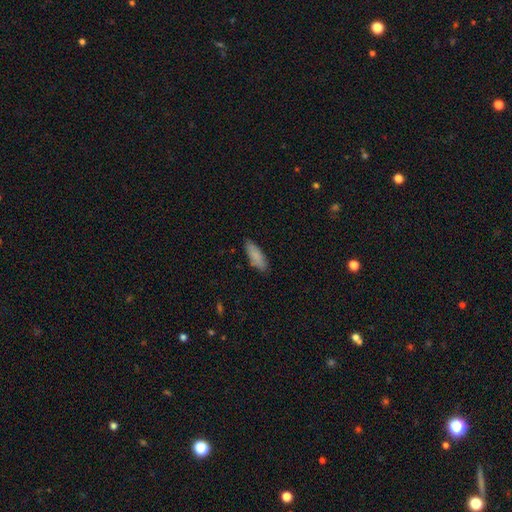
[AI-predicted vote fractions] smooth-or-featured: smooth: 84% | featured or disk: 10% | star or artifact: 6%
  how-rounded: in between: 65% | cigar-shaped: 33% | round: 2%
  merging: none: 83% | minor disturbance: 13% | major disturbance: 2% | merger: 1%